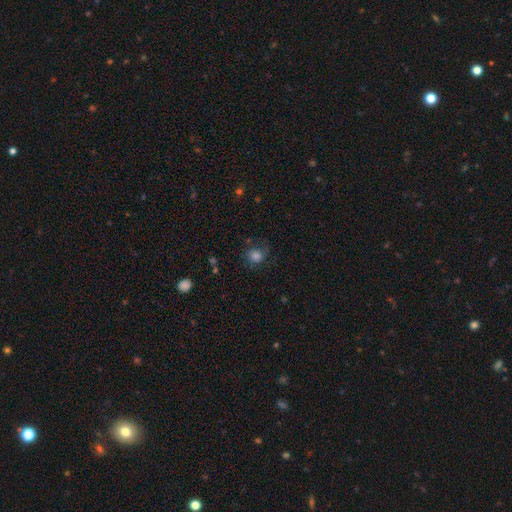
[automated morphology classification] smooth-or-featured: smooth: 72% | featured or disk: 15% | star or artifact: 13%
  how-rounded: round: 83% | in between: 16% | cigar-shaped: 1%
  merging: none: 62% | minor disturbance: 22% | major disturbance: 14% | merger: 2%